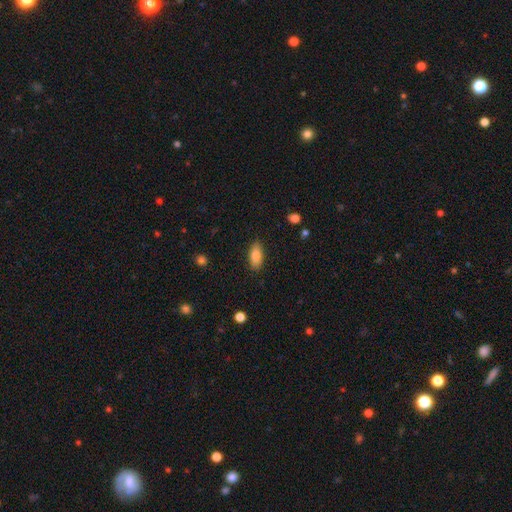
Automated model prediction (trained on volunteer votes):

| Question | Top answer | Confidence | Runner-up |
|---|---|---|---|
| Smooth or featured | smooth | 84% | featured or disk (9%) |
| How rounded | in between | 86% | cigar-shaped (12%) |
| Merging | none | 86% | minor disturbance (11%) |